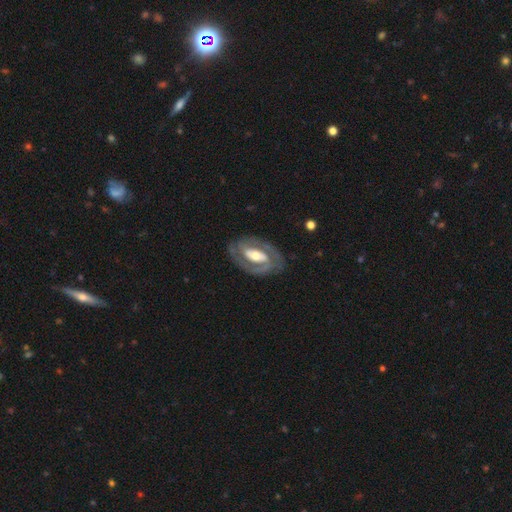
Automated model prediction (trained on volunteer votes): This is clearly a featured or disk galaxy (81%). It is clearly not viewed edge-on (94%). Bar: marginally strong (39%). Spiral arm pattern: likely yes (78%). Spiral arm count: clearly 2 (82%). Spiral winding: possibly tight (52%). Central bulge: possibly moderate (58%). Merging: clearly none (80%).